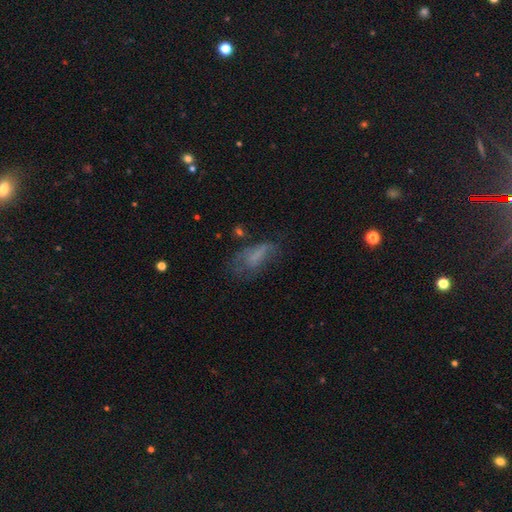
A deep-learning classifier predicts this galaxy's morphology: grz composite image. It shows a smooth galaxy with no disk features (54%) that is in between round and cigar-shaped (77%). Merging: none (39%).